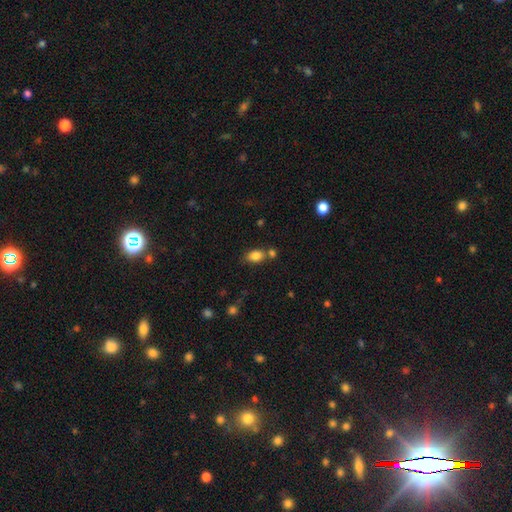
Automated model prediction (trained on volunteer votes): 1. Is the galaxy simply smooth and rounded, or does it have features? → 83% smooth, 10% star or artifact, 7% featured or disk.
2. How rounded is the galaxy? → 78% in between, 20% round, 2% cigar-shaped.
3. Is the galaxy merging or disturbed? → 60% none, 23% merger, 13% minor disturbance, 4% major disturbance.